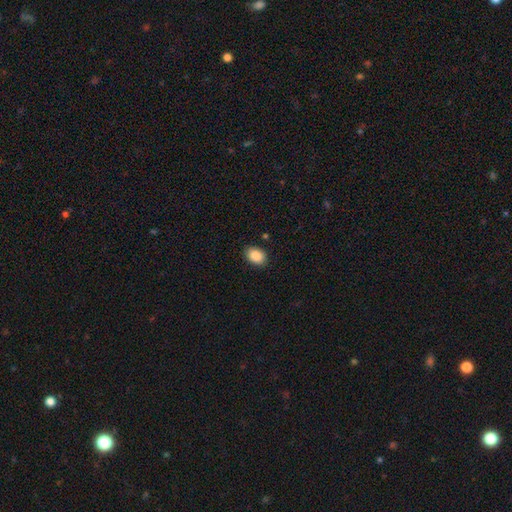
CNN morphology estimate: smooth-or-featured: smooth: 88% | star or artifact: 8% | featured or disk: 4%
  how-rounded: in between: 79% | round: 20% | cigar-shaped: 1%
  merging: none: 88% | minor disturbance: 9% | major disturbance: 2% | merger: 1%